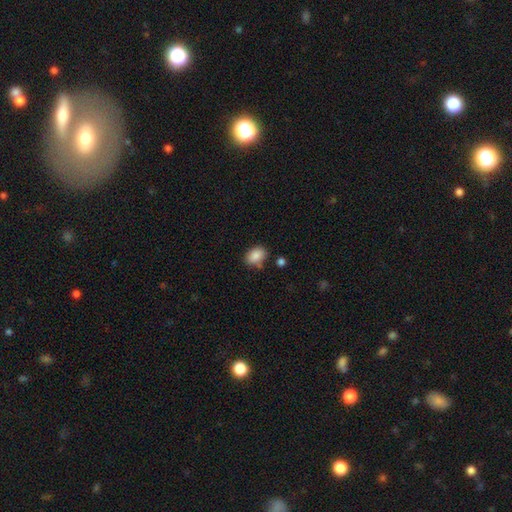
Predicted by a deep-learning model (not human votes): Overall: smooth (87%). How rounded: in between (79%). Merging: none (74%).